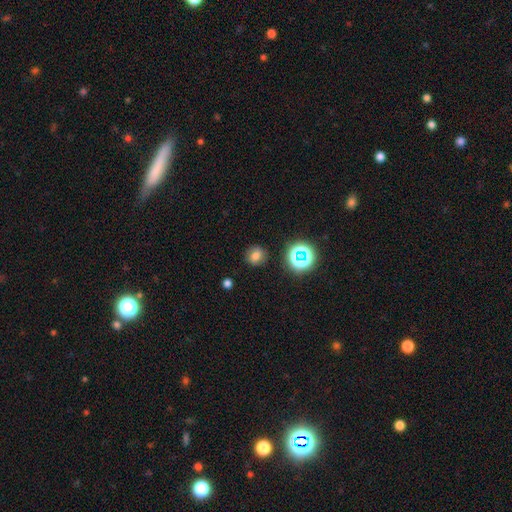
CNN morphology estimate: smooth-or-featured: smooth: 73% | star or artifact: 19% | featured or disk: 8%
  how-rounded: round: 78% | in between: 21% | cigar-shaped: 1%
  merging: none: 86% | minor disturbance: 9% | major disturbance: 3% | merger: 2%